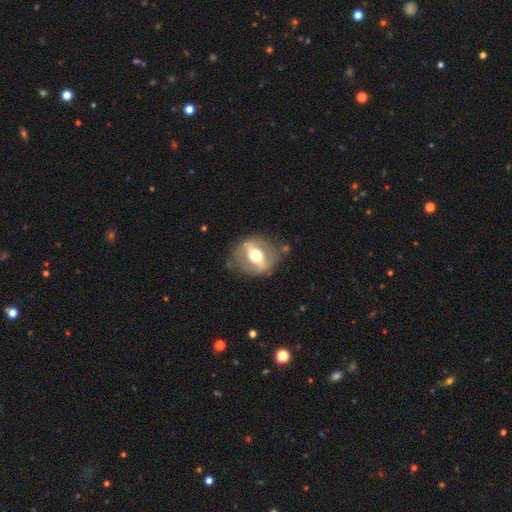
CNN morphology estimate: The model was most divided on "bulge size": moderate: 62%, large: 31%, small: 4%, dominant: 2%, none: 1%. More confident: edge-on disk — no (79%); spiral arms — no (79%); merging — none (76%); smooth or featured — featured or disk (67%); bar — strong (60%).